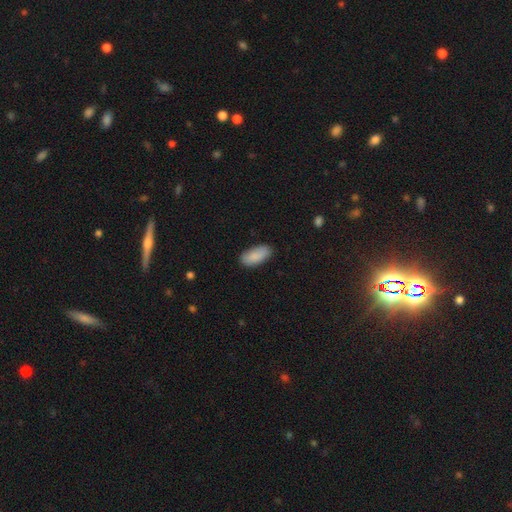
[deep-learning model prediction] Morphology: type=smooth (89%); roundness=in between (91%); merging=none (83%).